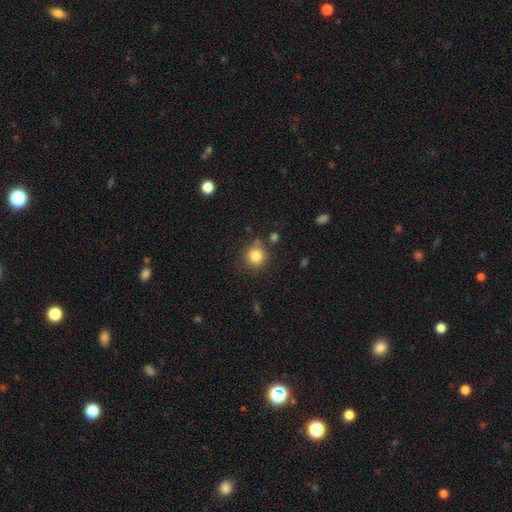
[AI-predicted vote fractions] A smooth galaxy with no disk features (82%) that is round (91%). Merging: none (79%).